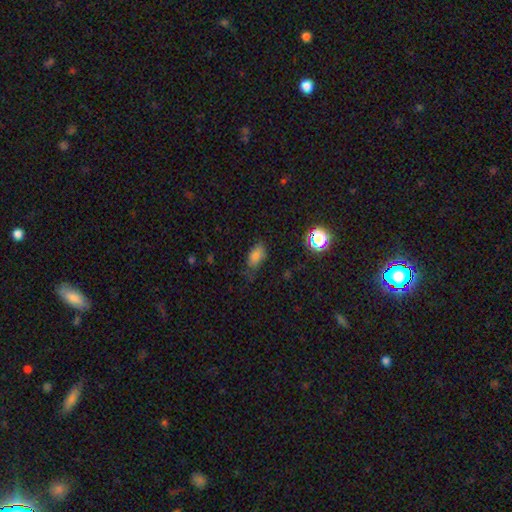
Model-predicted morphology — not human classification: A smooth galaxy with no disk features (78%) that is in between round and cigar-shaped (87%).

Vote fractions:
- Smooth or featured? smooth: 78% / star or artifact: 15% / featured or disk: 8%
- How rounded? in between: 87% / round: 9% / cigar-shaped: 4%
- Merging? none: 60% / minor disturbance: 28% / major disturbance: 9% / merger: 2%